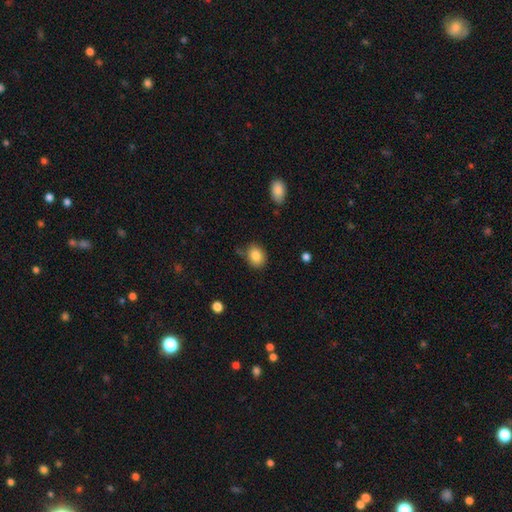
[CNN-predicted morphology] Smooth or featured?
  - smooth: 85% *
  - star or artifact: 9%
  - featured or disk: 6%
How rounded?
  - in between: 50% *
  - round: 49%
  - cigar-shaped: 1%
Merging?
  - none: 76% *
  - minor disturbance: 17%
  - merger: 4%
  - major disturbance: 4%